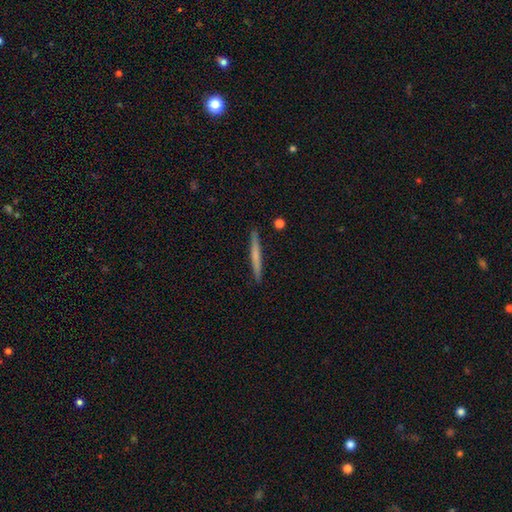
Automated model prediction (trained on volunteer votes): Smooth or featured? Predicted: smooth (p=0.57). How rounded? Predicted: cigar-shaped (p=0.97). Merging? Predicted: none (p=0.91).